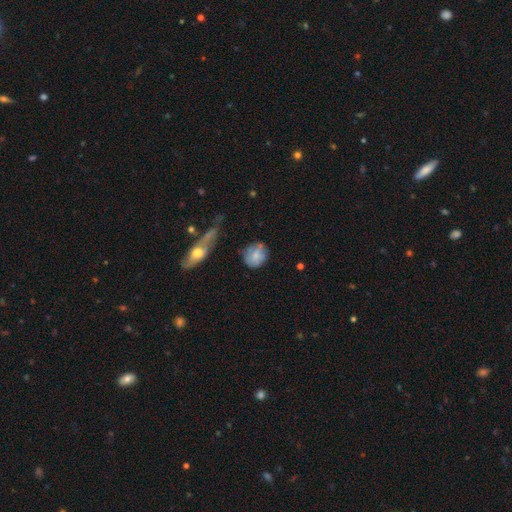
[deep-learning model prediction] smooth-or-featured: smooth: 65% | featured or disk: 28% | star or artifact: 8%
  how-rounded: round: 68% | in between: 30% | cigar-shaped: 2%
  merging: none: 58% | minor disturbance: 27% | major disturbance: 10% | merger: 5%